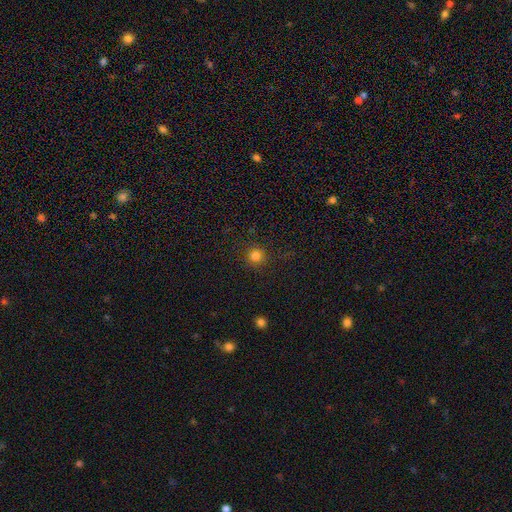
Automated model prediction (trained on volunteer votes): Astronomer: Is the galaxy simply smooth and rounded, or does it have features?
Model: smooth — 82%.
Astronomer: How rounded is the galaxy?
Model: round — 94%.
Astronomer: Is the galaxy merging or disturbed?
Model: none — 90%.